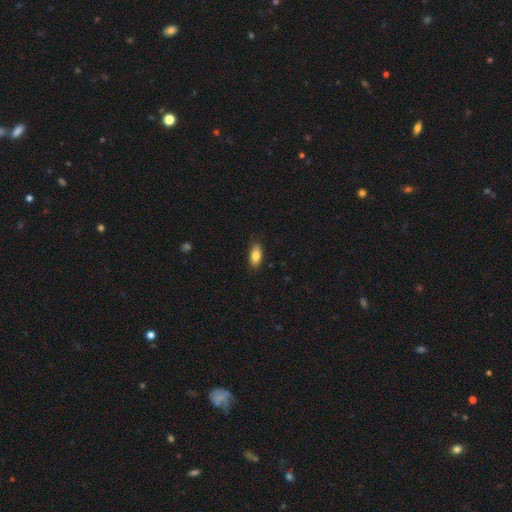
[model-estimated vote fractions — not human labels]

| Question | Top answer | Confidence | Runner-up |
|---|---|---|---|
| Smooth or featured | smooth | 81% | featured or disk (12%) |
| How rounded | in between | 88% | cigar-shaped (8%) |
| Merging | none | 87% | minor disturbance (10%) |